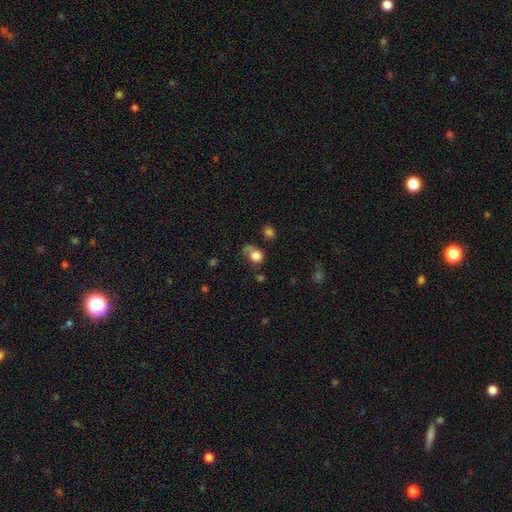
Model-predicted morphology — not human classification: type=smooth (81%); roundness=round (71%); merging=none (47%).